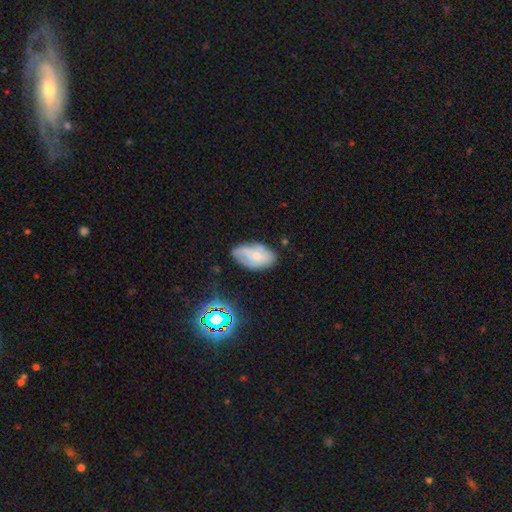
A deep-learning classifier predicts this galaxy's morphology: This is possibly a smooth galaxy (53%). How rounded: clearly in between (93%). Merging: possibly none (58%).